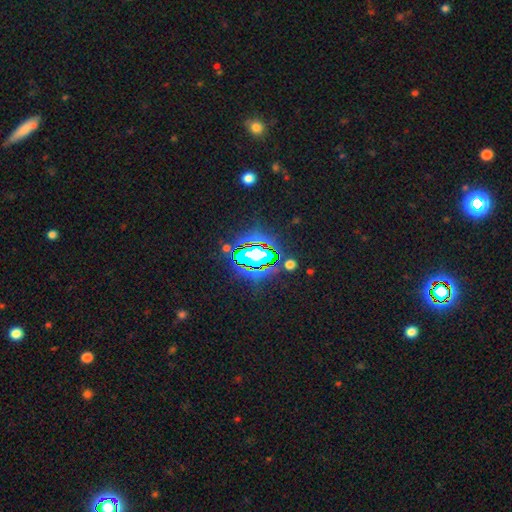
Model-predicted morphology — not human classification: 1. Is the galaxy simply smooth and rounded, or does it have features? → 68% star or artifact, 18% smooth, 14% featured or disk.